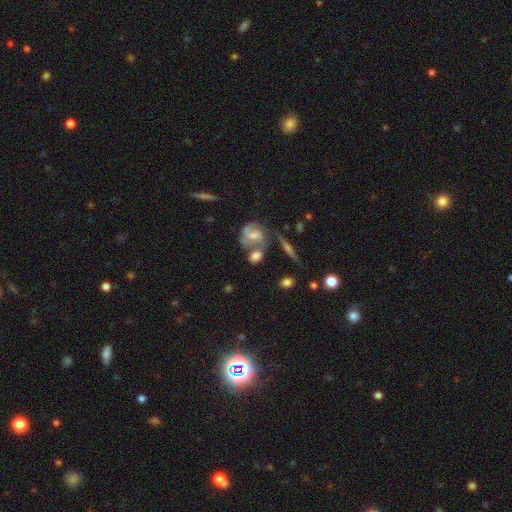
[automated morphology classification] Smooth or featured? Predicted: smooth (p=0.51). How rounded? Predicted: in between (p=0.48). Merging? Predicted: none (p=0.42).